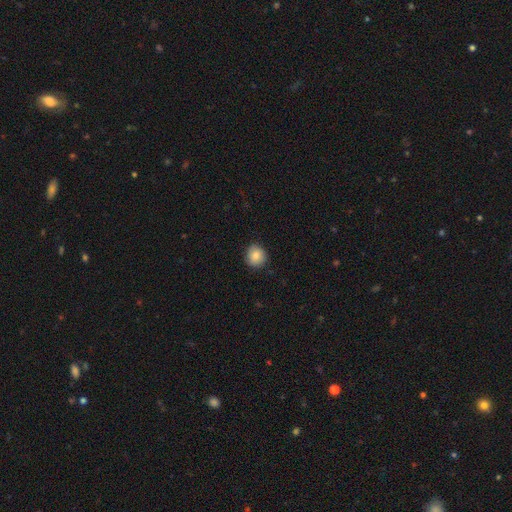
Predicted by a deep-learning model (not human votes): smooth_or_featured: smooth (p=0.83) [alt: star or artifact p=0.09]
how_rounded: round (p=0.87) [alt: in between p=0.12]
merging: none (p=0.84) [alt: minor disturbance p=0.13]